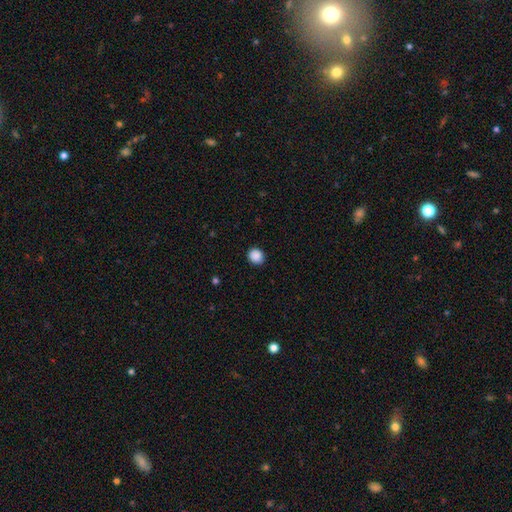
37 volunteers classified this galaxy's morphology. Q: Smooth or featured?
A: smooth (92%); runner-up: star or artifact (8%)
Q: How rounded?
A: round (85%); runner-up: in between (15%)
Q: Merging?
A: none (94%); runner-up: minor disturbance (6%)